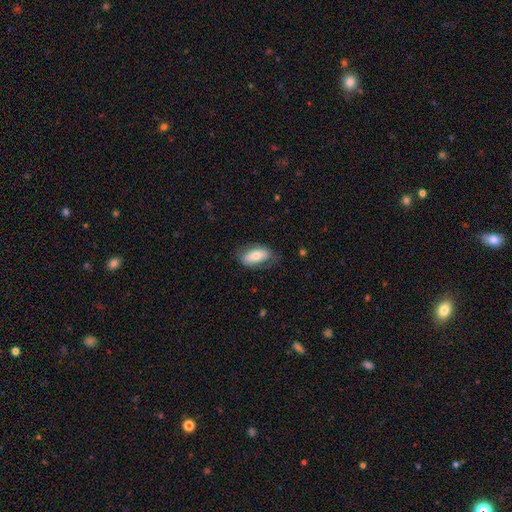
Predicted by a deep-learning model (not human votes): Q: Smooth or featured?
A: smooth (67%); runner-up: featured or disk (26%)
Q: How rounded?
A: in between (91%); runner-up: cigar-shaped (5%)
Q: Merging?
A: none (68%); runner-up: minor disturbance (22%)